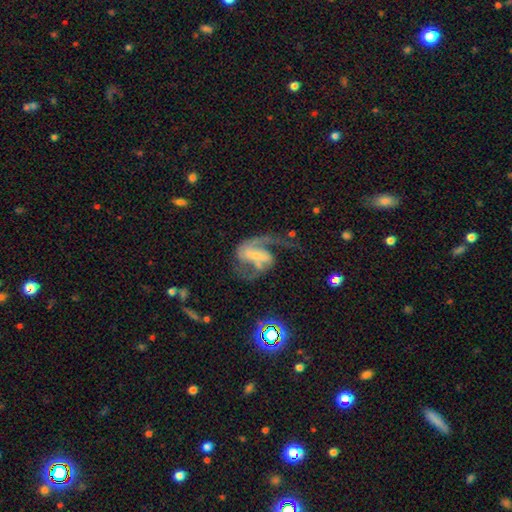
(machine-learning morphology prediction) This appears to be a featured or disk galaxy (84%) with a weak bar (40%), 2 (83%) loose (46%) spiral arms (94%) and a small central bulge (48%). Merging: none (45%).